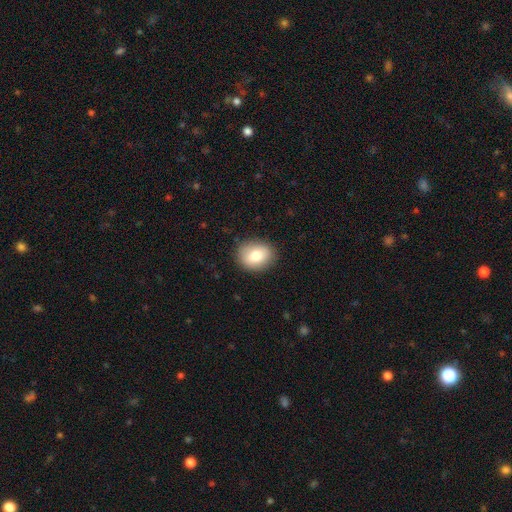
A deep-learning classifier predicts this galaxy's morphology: A smooth galaxy with no disk features (79%) that is in between round and cigar-shaped (52%).

Vote fractions:
- Smooth or featured? smooth: 79% / featured or disk: 13% / star or artifact: 8%
- How rounded? in between: 52% / round: 47% / cigar-shaped: 1%
- Merging? none: 87% / minor disturbance: 9% / major disturbance: 2% / merger: 1%